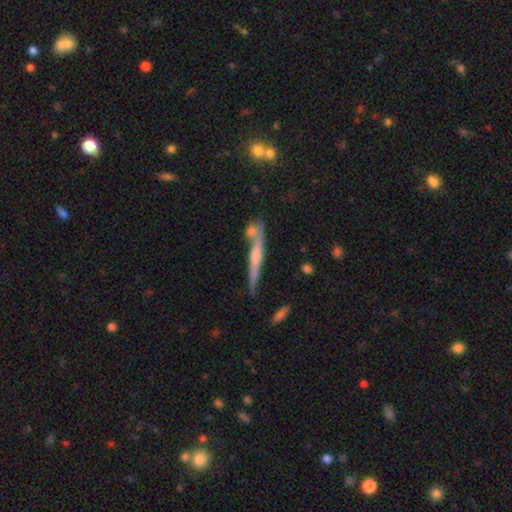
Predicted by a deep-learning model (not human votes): A featured or disk galaxy (57%) viewed edge-on (92%) with a rounded central bulge (54%).

Vote fractions:
- Smooth or featured? featured or disk: 57% / smooth: 35% / star or artifact: 8%
- Edge-on disk? yes: 92% / no: 8%
- Edge-on bulge? rounded: 54% / none: 32% / boxy: 14%
- Merging? none: 61% / merger: 18% / minor disturbance: 16% / major disturbance: 5%